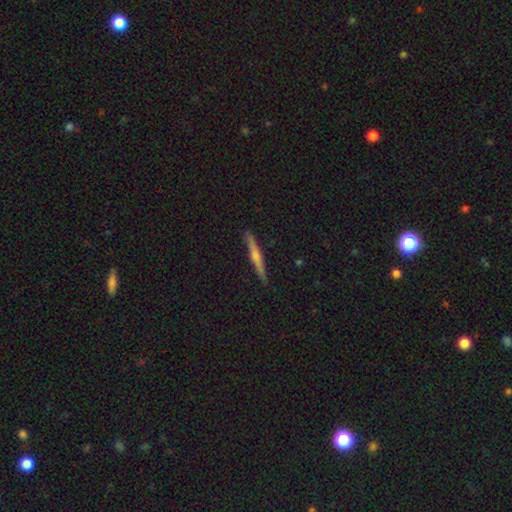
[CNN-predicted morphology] A featured or disk galaxy (56%) viewed edge-on (98%) with a rounded central bulge (69%).

Vote fractions:
- Smooth or featured? featured or disk: 56% / smooth: 38% / star or artifact: 6%
- Edge-on disk? yes: 98% / no: 2%
- Edge-on bulge? rounded: 69% / none: 20% / boxy: 11%
- Merging? none: 90% / minor disturbance: 8% / major disturbance: 1% / merger: 1%